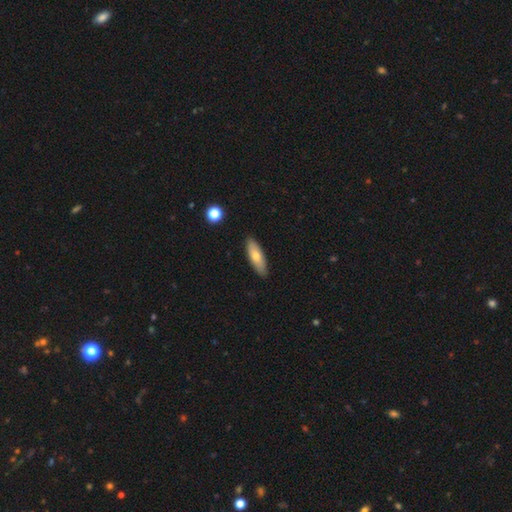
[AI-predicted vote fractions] Morphology: type=smooth (69%); roundness=in between (54%); merging=none (88%).